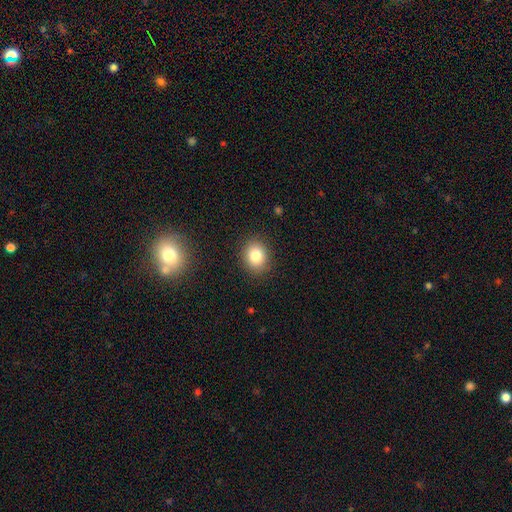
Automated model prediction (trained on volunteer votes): The model was most divided on "how rounded": round: 62%, in between: 37%, cigar-shaped: 1%. More confident: merging — none (88%); smooth or featured — smooth (81%).